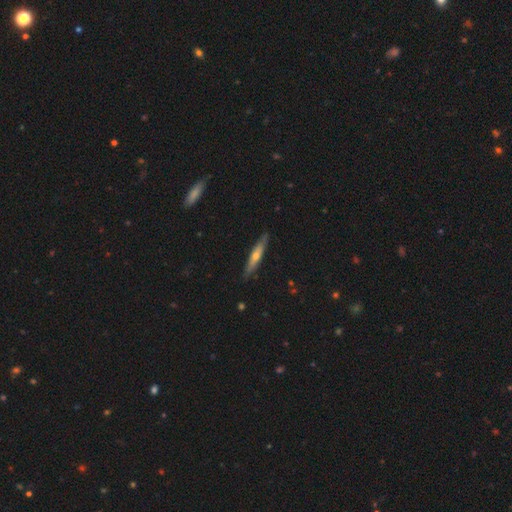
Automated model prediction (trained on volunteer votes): Smooth or featured: featured or disk — 56% (smooth — 38%)
Edge-on disk: yes — 89% (no — 11%)
Edge-on bulge: rounded — 79% (none — 18%)
Merging: none — 87% (minor disturbance — 10%)